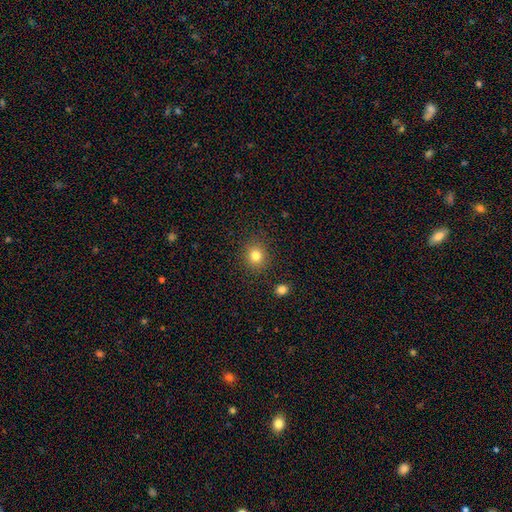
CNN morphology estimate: Smooth or featured? Predicted: smooth (p=0.81). How rounded? Predicted: round (p=0.88). Merging? Predicted: none (p=0.89).